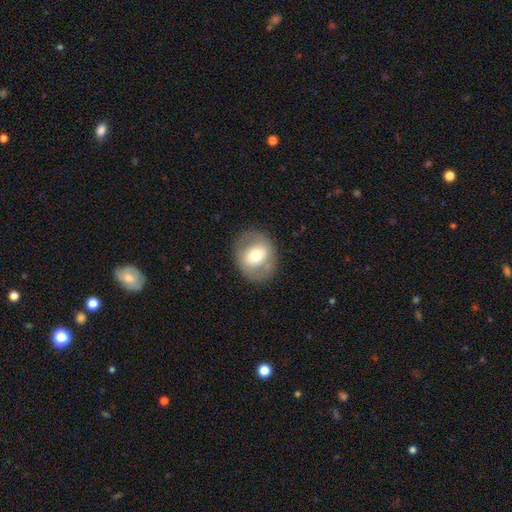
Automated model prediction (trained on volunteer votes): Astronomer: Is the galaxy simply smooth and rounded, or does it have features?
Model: smooth — 52% (runner-up: featured or disk, 41%).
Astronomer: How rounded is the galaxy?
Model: round — 64%.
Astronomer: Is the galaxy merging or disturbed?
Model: none — 80%.